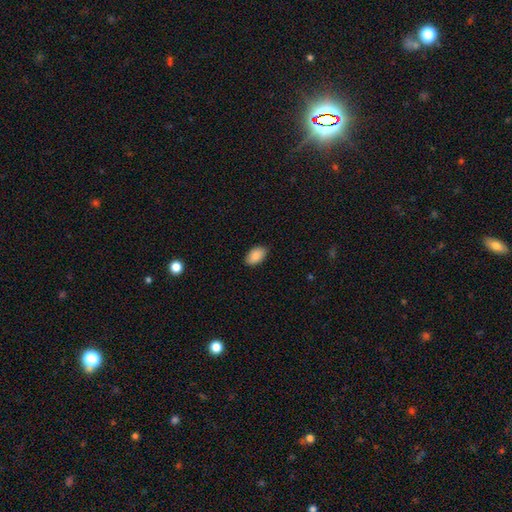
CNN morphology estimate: Q: Smooth or featured?
A: smooth (88%); runner-up: star or artifact (7%)
Q: How rounded?
A: in between (93%); runner-up: round (6%)
Q: Merging?
A: none (86%); runner-up: minor disturbance (11%)